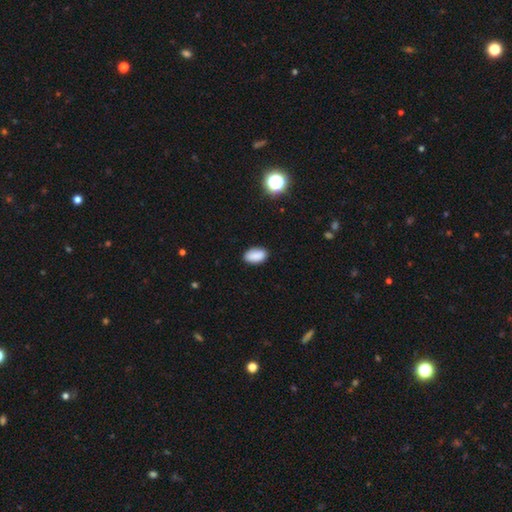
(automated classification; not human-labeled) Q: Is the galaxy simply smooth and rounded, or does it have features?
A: smooth — 87%.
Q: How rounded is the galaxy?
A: in between — 92%.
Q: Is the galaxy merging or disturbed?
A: none — 86%.